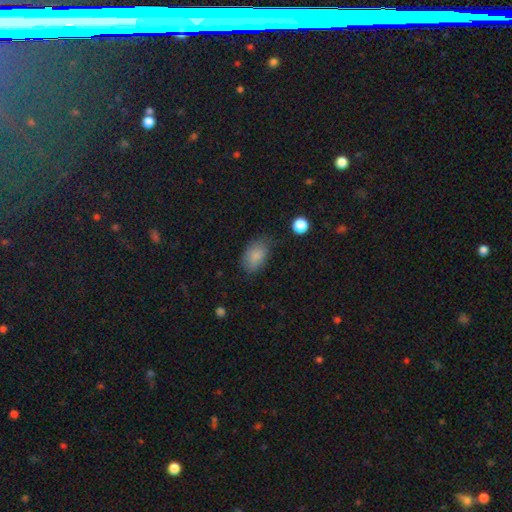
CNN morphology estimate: A smooth galaxy with no disk features (85%) that is in between round and cigar-shaped (88%).

Vote fractions:
- Smooth or featured? smooth: 85% / star or artifact: 9% / featured or disk: 7%
- How rounded? in between: 88% / round: 11% / cigar-shaped: 1%
- Merging? none: 67% / minor disturbance: 25% / major disturbance: 7% / merger: 2%